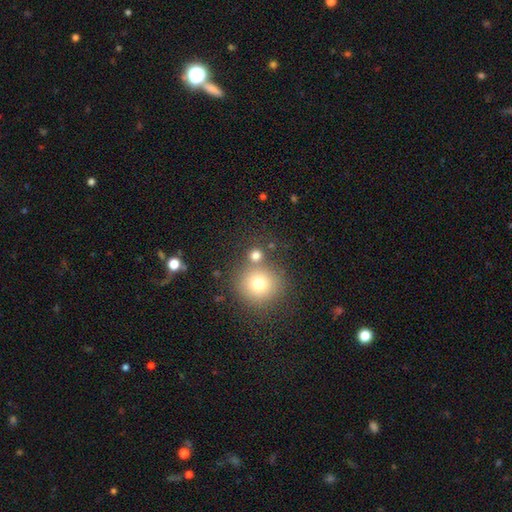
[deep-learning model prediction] Q: Smooth or featured?
A: smooth (75%); runner-up: star or artifact (15%)
Q: How rounded?
A: round (89%); runner-up: in between (10%)
Q: Merging?
A: none (65%); runner-up: merger (23%)